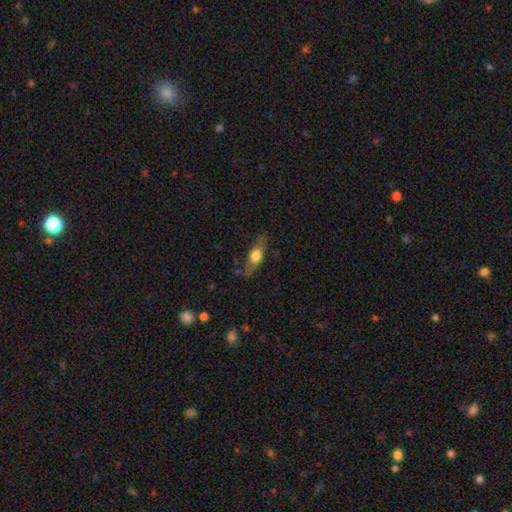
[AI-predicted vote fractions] Overall: smooth (50%; featured or disk 43%). How rounded: in between (51%; cigar-shaped 41%). Merging: none (73%).